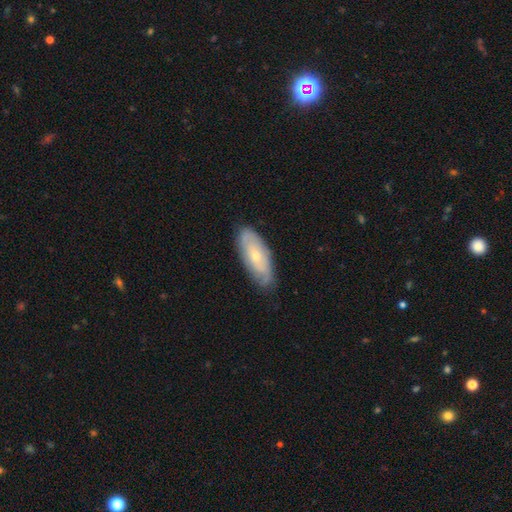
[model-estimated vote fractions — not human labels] A featured or disk galaxy (55%).

Vote fractions:
- Smooth or featured? featured or disk: 55% / smooth: 38% / star or artifact: 6%
- Edge-on disk? no: 83% / yes: 17%
- Merging? none: 78% / minor disturbance: 17% / major disturbance: 3% / merger: 1%